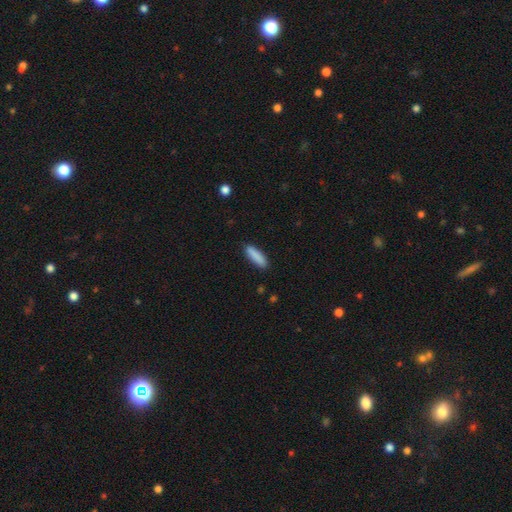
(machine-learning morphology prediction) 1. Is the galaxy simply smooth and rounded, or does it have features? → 88% smooth, 6% star or artifact, 6% featured or disk.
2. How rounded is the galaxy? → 63% cigar-shaped, 36% in between, 1% round.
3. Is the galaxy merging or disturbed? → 87% none, 9% minor disturbance, 2% major disturbance, 1% merger.